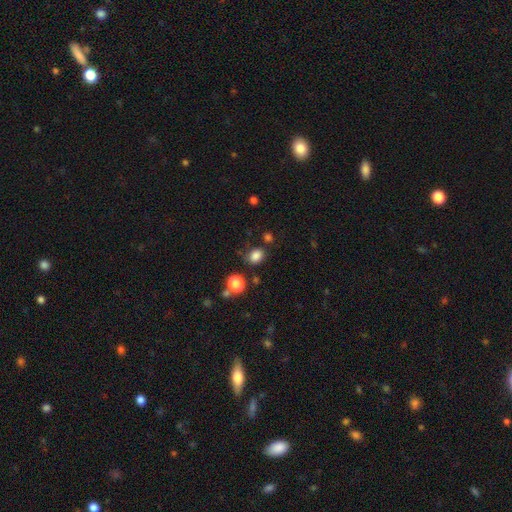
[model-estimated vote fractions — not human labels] smooth_or_featured: smooth (p=0.82) [alt: star or artifact p=0.13]
how_rounded: in between (p=0.50) [alt: round p=0.49]
merging: none (p=0.76) [alt: minor disturbance p=0.14]